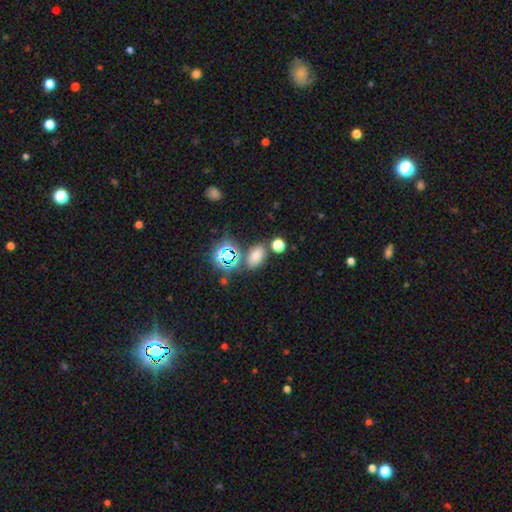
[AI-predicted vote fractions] Smooth or featured? smooth (67%)
How rounded? in between (82%)
Merging? none (74%)